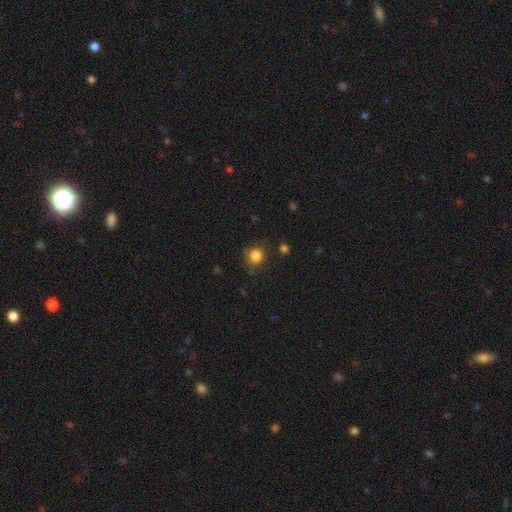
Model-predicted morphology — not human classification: A smooth galaxy with no disk features (84%) that is round (89%).

Vote fractions:
- Smooth or featured? smooth: 84% / star or artifact: 11% / featured or disk: 5%
- How rounded? round: 89% / in between: 10% / cigar-shaped: 1%
- Merging? none: 77% / minor disturbance: 16% / major disturbance: 5% / merger: 2%